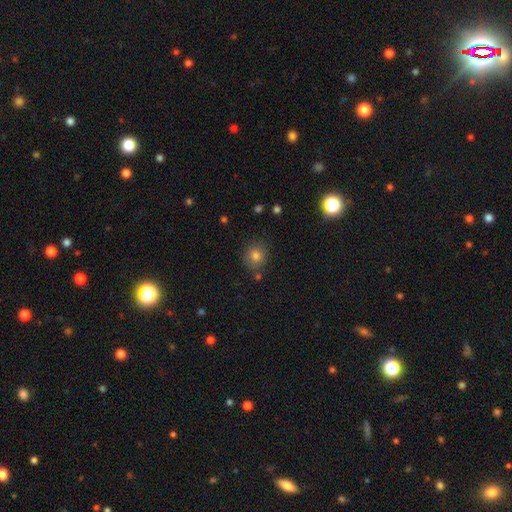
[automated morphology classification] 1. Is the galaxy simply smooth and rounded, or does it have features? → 80% smooth, 12% star or artifact, 9% featured or disk.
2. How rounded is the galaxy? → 82% round, 17% in between, 1% cigar-shaped.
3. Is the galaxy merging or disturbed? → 79% none, 12% minor disturbance, 5% merger, 3% major disturbance.